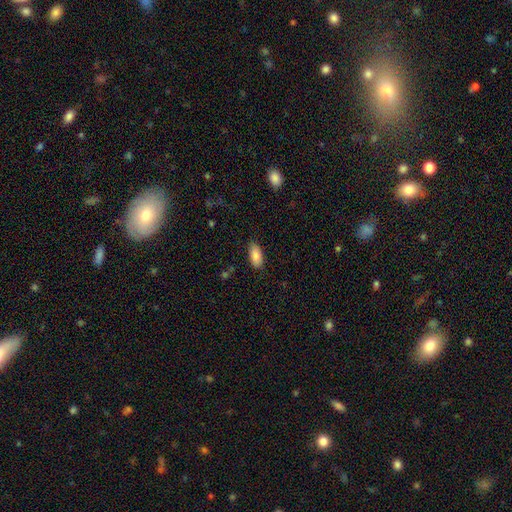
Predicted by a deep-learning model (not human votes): A smooth galaxy with no disk features (85%) that is in between round and cigar-shaped (91%).

Vote fractions:
- Smooth or featured? smooth: 85% / featured or disk: 8% / star or artifact: 7%
- How rounded? in between: 91% / cigar-shaped: 7% / round: 2%
- Merging? none: 84% / minor disturbance: 12% / major disturbance: 2% / merger: 1%